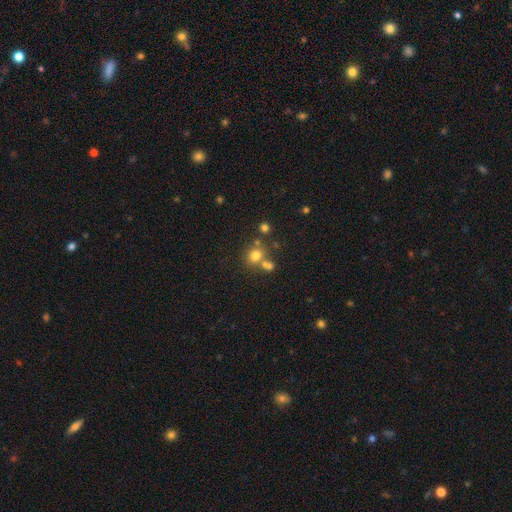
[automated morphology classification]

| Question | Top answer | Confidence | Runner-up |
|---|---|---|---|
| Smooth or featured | smooth | 73% | star or artifact (16%) |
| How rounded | round | 77% | in between (22%) |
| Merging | none | 55% | merger (31%) |